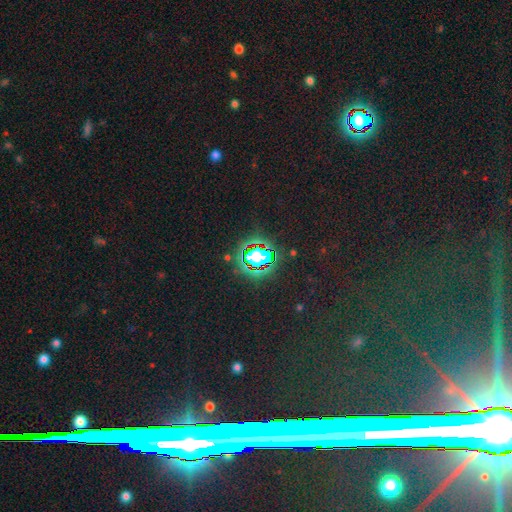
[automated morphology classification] This is clearly a star or artifact rather than a galaxy (80%).